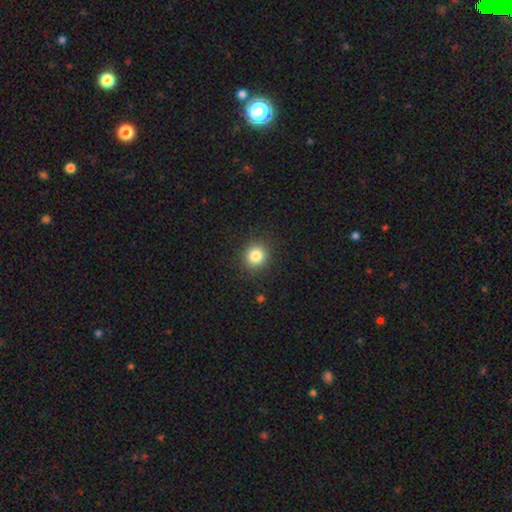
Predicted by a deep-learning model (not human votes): Q: Smooth or featured?
A: smooth (84%); runner-up: star or artifact (11%)
Q: How rounded?
A: round (89%); runner-up: in between (10%)
Q: Merging?
A: none (90%); runner-up: minor disturbance (7%)